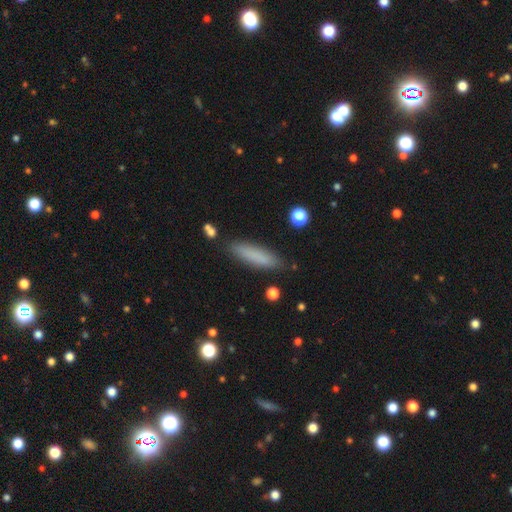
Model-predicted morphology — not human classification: Smooth or featured? smooth (82%)
How rounded? cigar-shaped (76%)
Merging? none (86%)